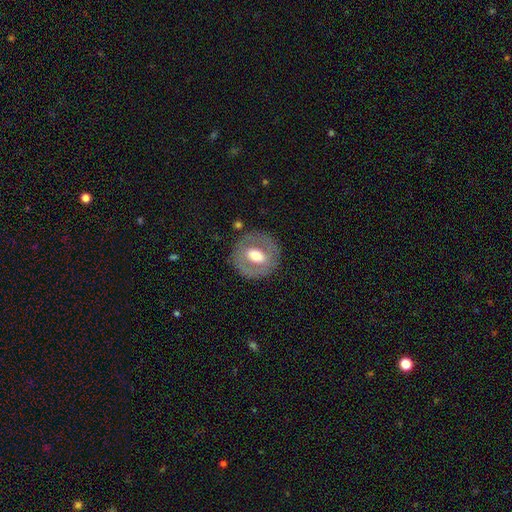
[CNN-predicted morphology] type=featured or disk (49%); merging=none (79%).